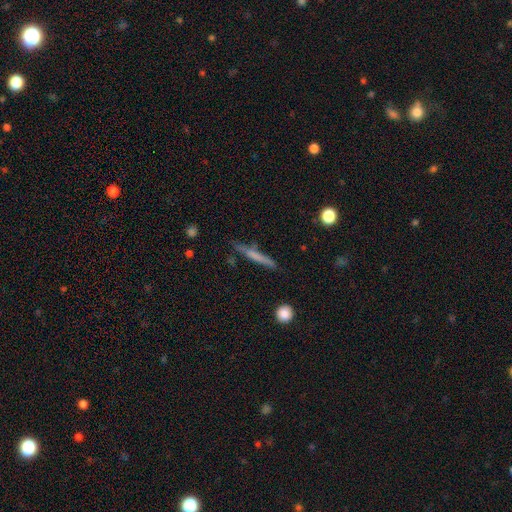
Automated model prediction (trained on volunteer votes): Smooth or featured? Predicted: smooth (p=0.55). How rounded? Predicted: cigar-shaped (p=0.93). Merging? Predicted: none (p=0.79).